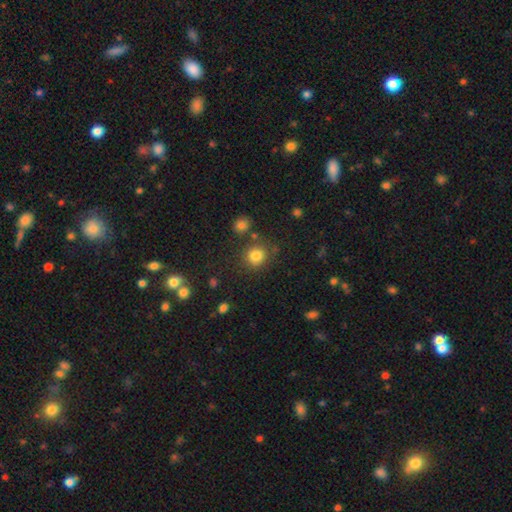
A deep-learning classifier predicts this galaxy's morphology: Smooth or featured: smooth — 82% (star or artifact — 12%)
How rounded: round — 86% (in between — 14%)
Merging: none — 79% (minor disturbance — 10%)